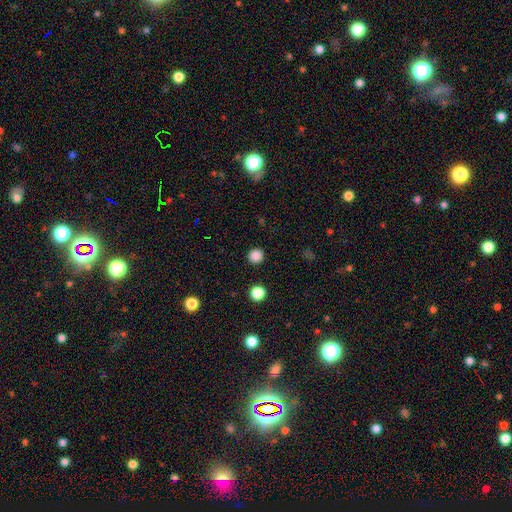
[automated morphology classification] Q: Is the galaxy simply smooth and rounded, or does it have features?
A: smooth — 85%.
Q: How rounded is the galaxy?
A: round — 95%.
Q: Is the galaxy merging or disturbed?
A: none — 92%.